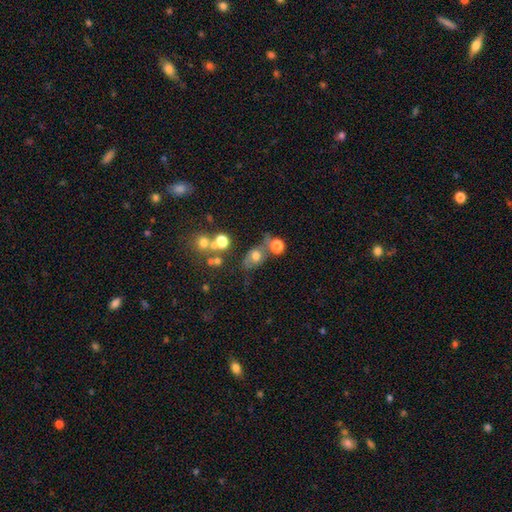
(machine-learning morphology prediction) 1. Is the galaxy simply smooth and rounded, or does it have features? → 62% smooth, 22% featured or disk, 16% star or artifact.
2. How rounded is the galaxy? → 63% in between, 34% round, 2% cigar-shaped.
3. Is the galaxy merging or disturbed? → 44% none, 22% merger, 21% minor disturbance, 13% major disturbance.